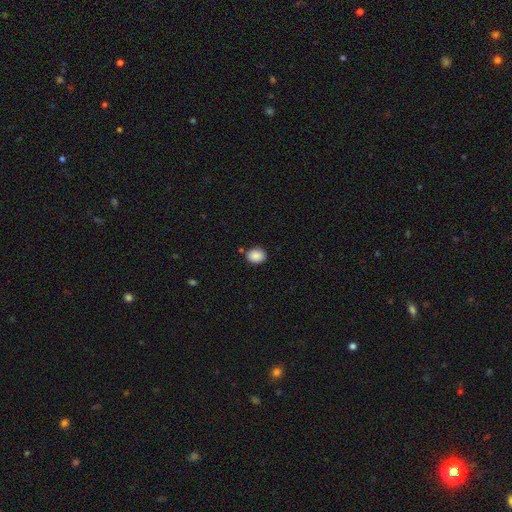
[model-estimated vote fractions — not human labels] Smooth or featured: smooth — 88% (star or artifact — 8%)
How rounded: round — 54% (in between — 45%)
Merging: none — 84% (minor disturbance — 10%)